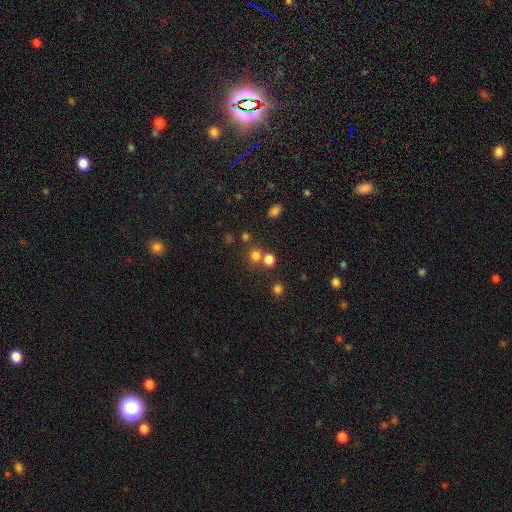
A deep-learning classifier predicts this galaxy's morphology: The model was most divided on "merging": none: 65%, merger: 25%, minor disturbance: 7%, major disturbance: 3%. More confident: how rounded — round (86%); smooth or featured — smooth (73%).